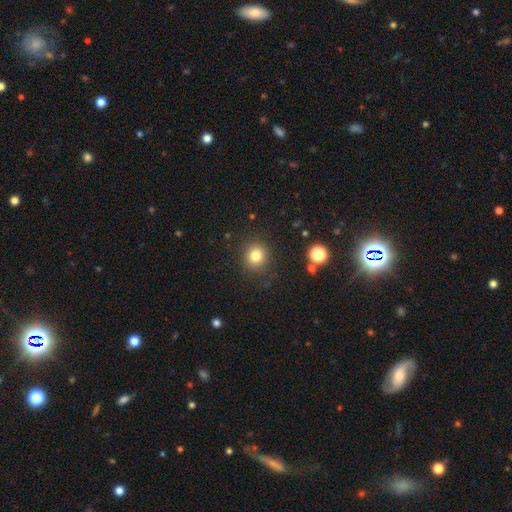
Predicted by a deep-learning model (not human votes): The model was most divided on "smooth or featured": smooth: 80%, star or artifact: 13%, featured or disk: 7%. More confident: how rounded — round (89%); merging — none (89%).